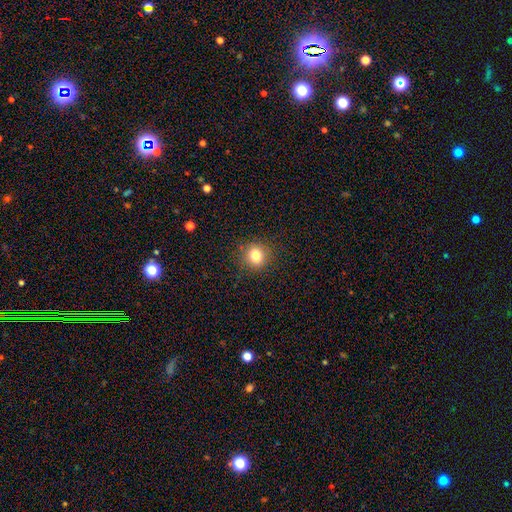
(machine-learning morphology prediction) smooth_or_featured: smooth (p=0.81) [alt: star or artifact p=0.12]
how_rounded: round (p=0.81) [alt: in between p=0.18]
merging: none (p=0.88) [alt: minor disturbance p=0.08]